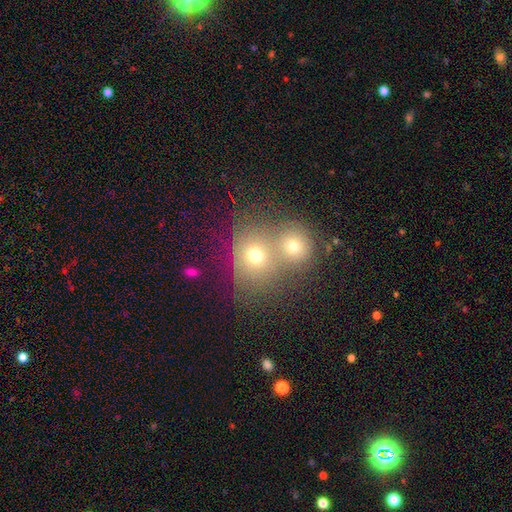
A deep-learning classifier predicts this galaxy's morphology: Smooth or featured: smooth — 64% (star or artifact — 18%)
How rounded: round — 73% (in between — 26%)
Merging: merger — 58% (none — 31%)